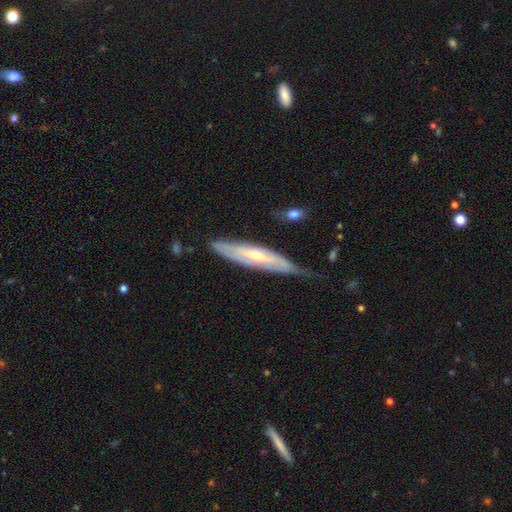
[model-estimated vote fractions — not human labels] The model was most divided on "edge-on disk": yes: 54%, no: 46%. More confident: smooth or featured — featured or disk (67%); merging — none (61%).